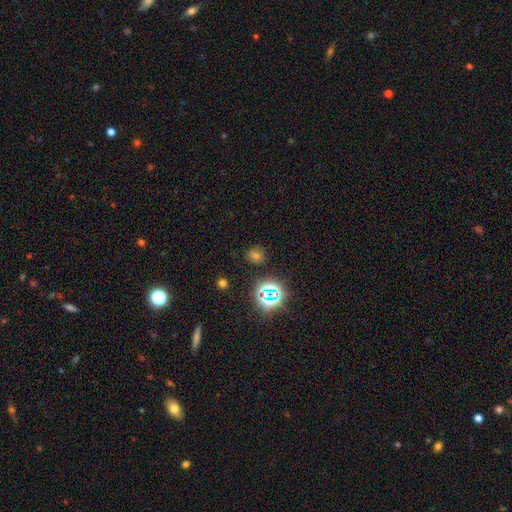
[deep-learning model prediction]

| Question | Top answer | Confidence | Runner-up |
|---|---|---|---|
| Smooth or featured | smooth | 46% | tied: star or artifact (46%) |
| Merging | none | 84% | minor disturbance (10%) |